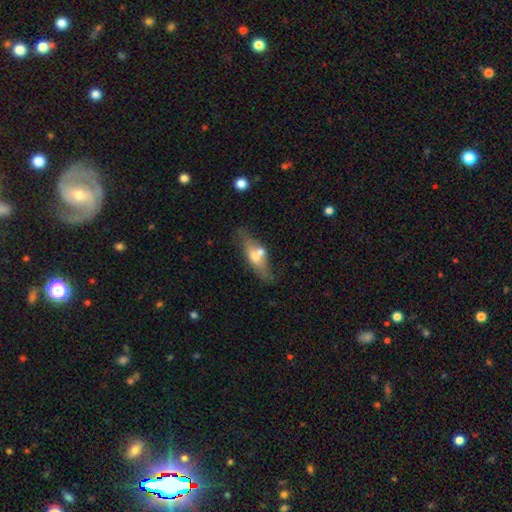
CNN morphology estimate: smooth 48%, featured or disk 45%, star or artifact 7%. Down the decision tree: merging — none (48%).